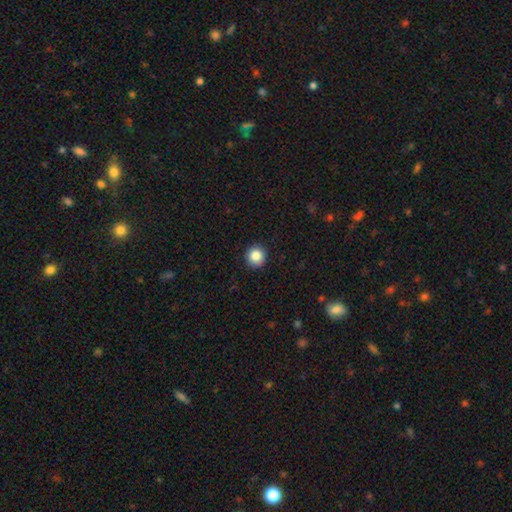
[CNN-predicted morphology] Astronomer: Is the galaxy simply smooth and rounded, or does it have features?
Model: smooth — 86%.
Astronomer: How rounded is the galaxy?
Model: round — 94%.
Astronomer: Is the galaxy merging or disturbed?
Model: none — 92%.